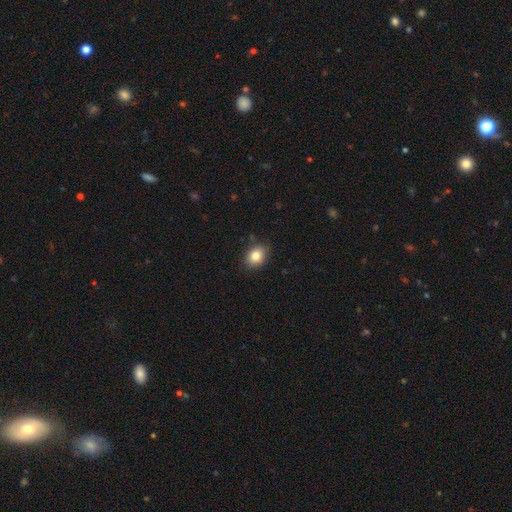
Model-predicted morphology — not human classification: smooth-or-featured: smooth: 83% | star or artifact: 9% | featured or disk: 7%
  how-rounded: in between: 58% | round: 41% | cigar-shaped: 1%
  merging: none: 84% | minor disturbance: 12% | major disturbance: 2% | merger: 1%